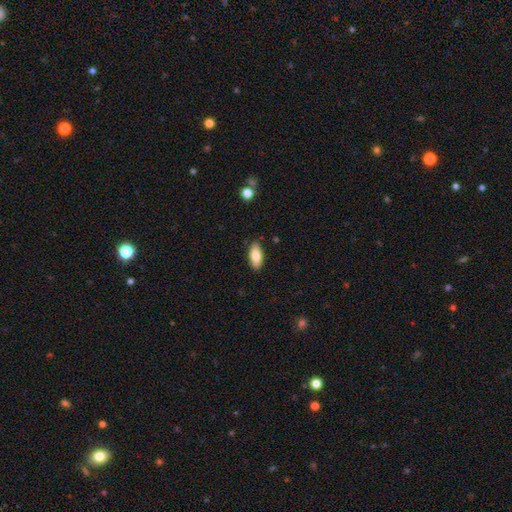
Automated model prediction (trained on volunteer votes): smooth_or_featured: smooth (p=0.83) [alt: featured or disk p=0.11]
how_rounded: in between (p=0.86) [alt: cigar-shaped p=0.12]
merging: none (p=0.86) [alt: minor disturbance p=0.10]